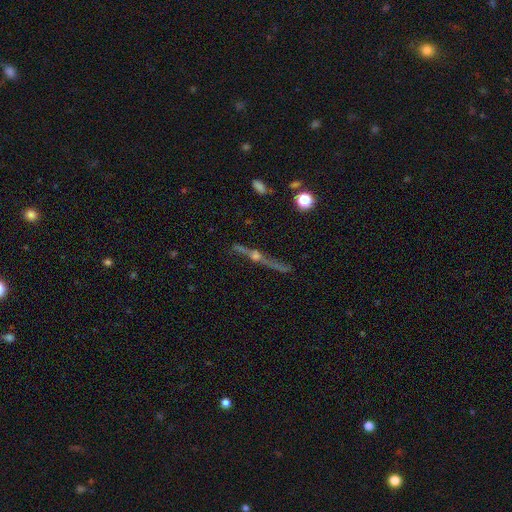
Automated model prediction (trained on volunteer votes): Smooth or featured?
  - featured or disk: 67% *
  - star or artifact: 18%
  - smooth: 15%
Edge-on disk?
  - yes: 84% *
  - no: 16%
Edge-on bulge?
  - rounded: 79% *
  - none: 14%
  - boxy: 6%
Merging?
  - none: 65% *
  - minor disturbance: 16%
  - major disturbance: 10%
  - merger: 9%